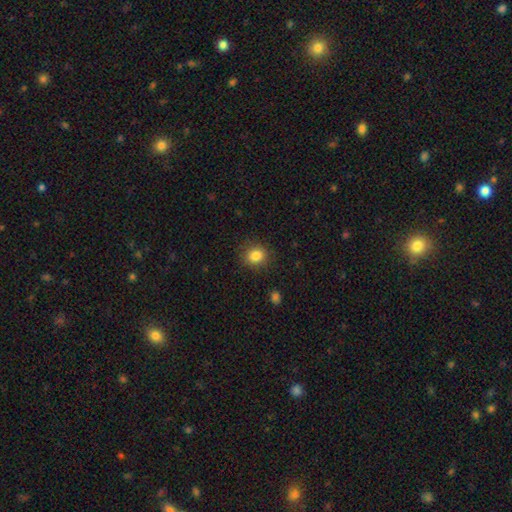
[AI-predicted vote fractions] smooth 85%, star or artifact 10%, featured or disk 5%. Down the decision tree: how rounded — round (68%); merging — none (86%).